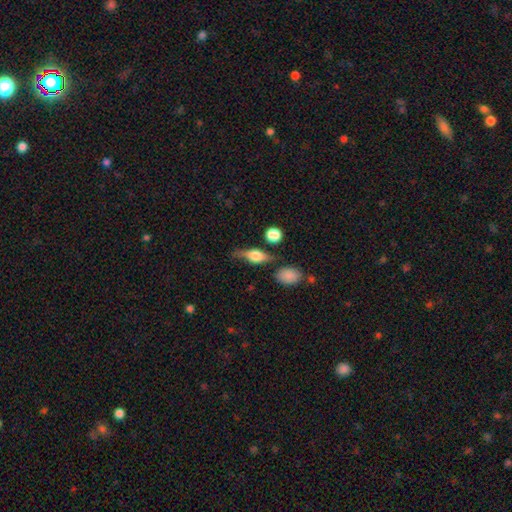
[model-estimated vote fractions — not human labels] Smooth or featured: featured or disk — 52% (smooth — 40%)
Edge-on disk: yes — 87% (no — 13%)
Merging: none — 69% (minor disturbance — 19%)